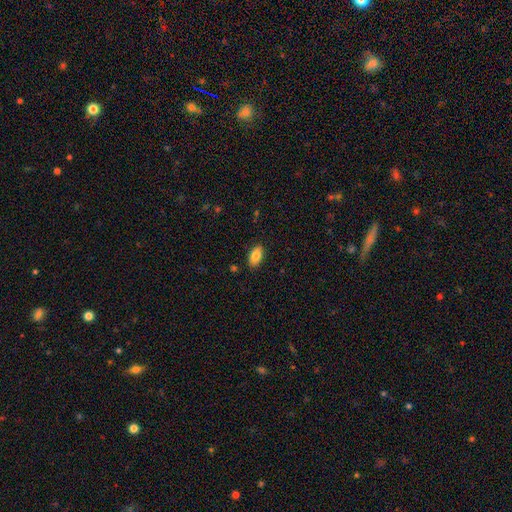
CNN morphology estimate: A smooth galaxy with no disk features (83%) that is in between round and cigar-shaped (93%). Merging: none (88%).